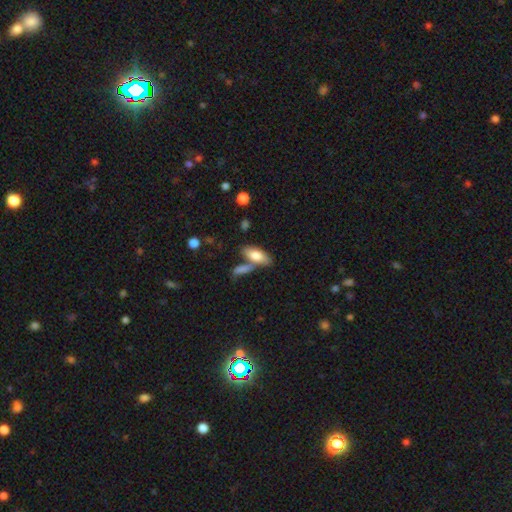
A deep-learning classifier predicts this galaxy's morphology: smooth 77%, featured or disk 17%, star or artifact 6%. Down the decision tree: how rounded — in between (80%); merging — none (55%).